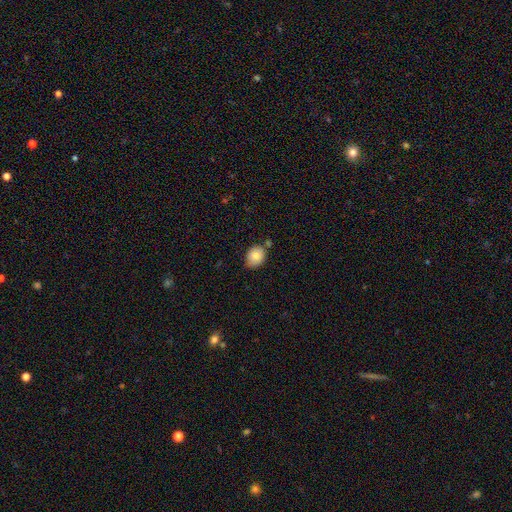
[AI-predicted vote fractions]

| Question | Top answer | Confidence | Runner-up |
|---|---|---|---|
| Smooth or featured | smooth | 81% | featured or disk (11%) |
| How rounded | round | 52% | in between (47%) |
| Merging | none | 69% | minor disturbance (19%) |